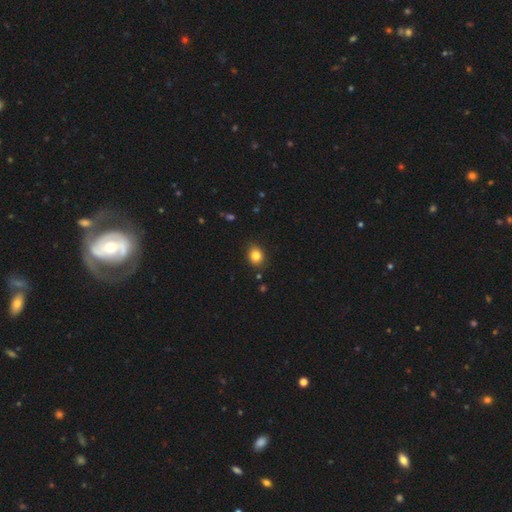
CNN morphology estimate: smooth_or_featured: smooth (p=0.83) [alt: star or artifact p=0.11]
how_rounded: round (p=0.59) [alt: in between p=0.41]
merging: none (p=0.86) [alt: minor disturbance p=0.10]